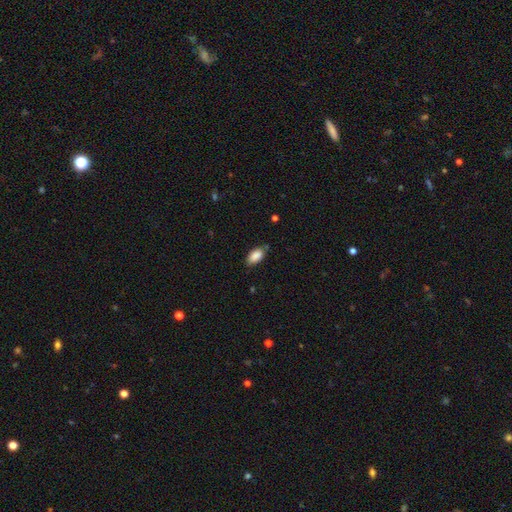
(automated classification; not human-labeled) Smooth or featured?
  - smooth: 88% *
  - star or artifact: 7%
  - featured or disk: 5%
How rounded?
  - in between: 93% *
  - cigar-shaped: 4%
  - round: 3%
Merging?
  - none: 76% *
  - minor disturbance: 19%
  - major disturbance: 3%
  - merger: 2%